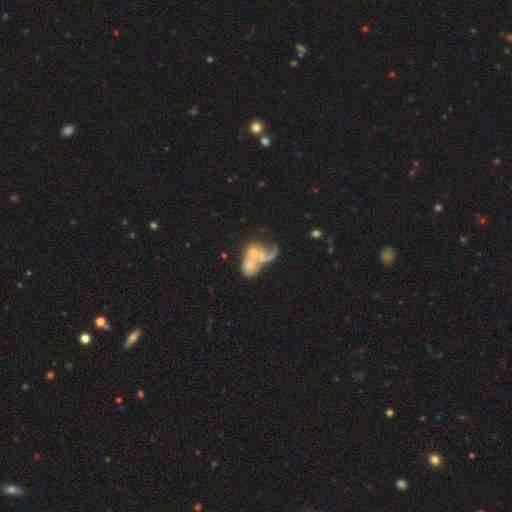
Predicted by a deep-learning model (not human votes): Smooth or featured: featured or disk — 53% (smooth — 38%)
Edge-on disk: no — 97% (yes — 3%)
Bar: no — 82% (weak — 15%)
Spiral arms: no — 59% (yes — 41%)
Bulge size: small — 40% (moderate — 33%)
Merging: merger — 69% (major disturbance — 14%)